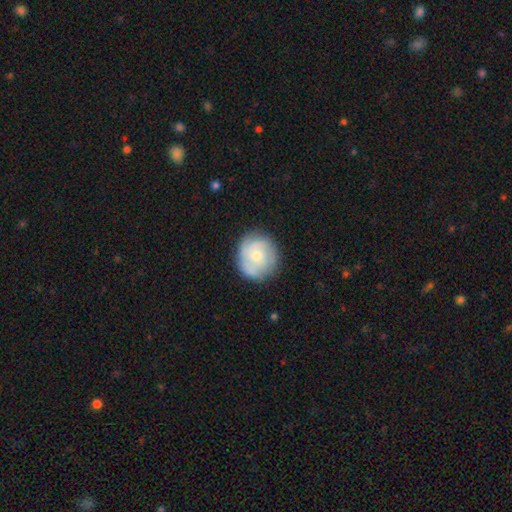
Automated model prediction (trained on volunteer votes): A featured or disk galaxy (54%) with no bar (77%), spiral arms (78%) and a small central bulge (53%). Merging: none (76%).